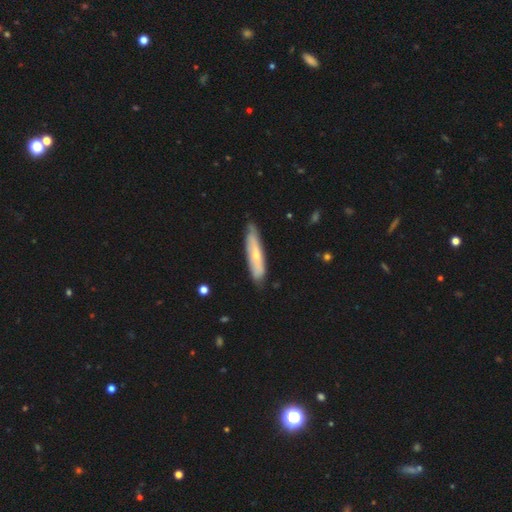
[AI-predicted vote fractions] Smooth or featured? featured or disk (48%)
Merging? none (77%)